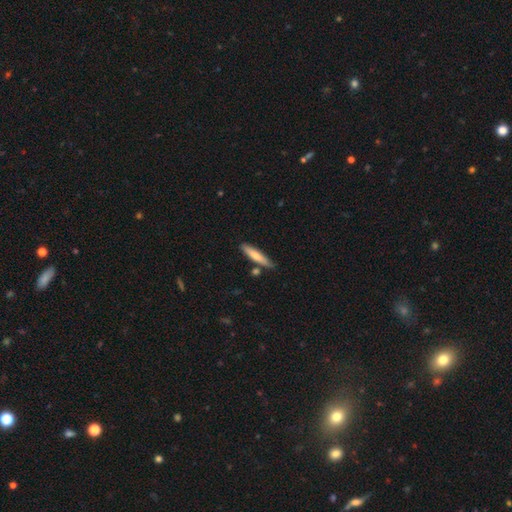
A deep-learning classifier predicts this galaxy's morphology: smooth_or_featured: smooth (p=0.71) [alt: featured or disk p=0.23]
how_rounded: cigar-shaped (p=0.86) [alt: in between p=0.13]
merging: none (p=0.77) [alt: minor disturbance p=0.14]